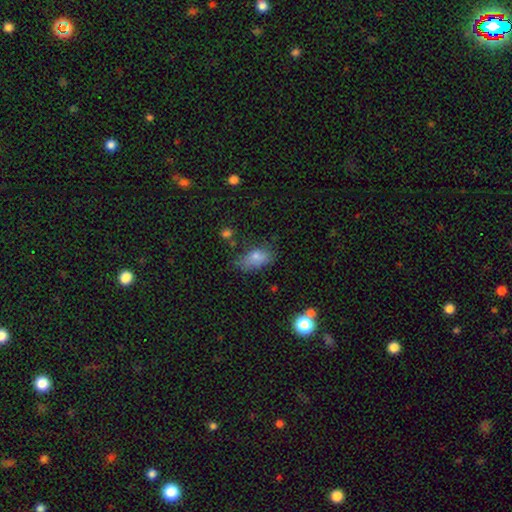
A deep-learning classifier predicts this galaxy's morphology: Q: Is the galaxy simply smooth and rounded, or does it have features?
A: smooth — 77%.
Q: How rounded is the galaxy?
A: in between — 86%.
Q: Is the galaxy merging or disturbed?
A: none — 56%.